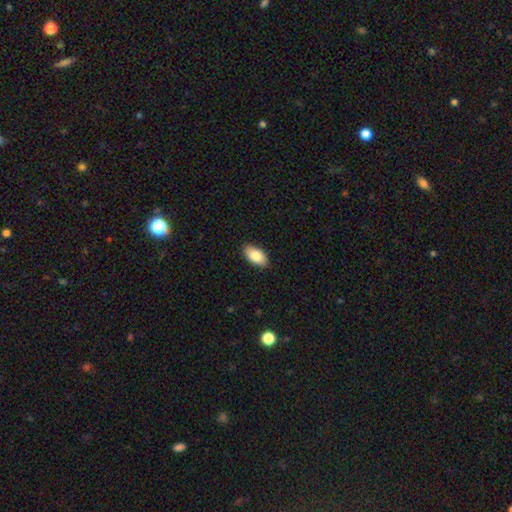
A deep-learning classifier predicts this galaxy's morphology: A smooth galaxy with no disk features (84%) that is in between round and cigar-shaped (94%).

Vote fractions:
- Smooth or featured? smooth: 84% / featured or disk: 9% / star or artifact: 7%
- How rounded? in between: 94% / round: 3% / cigar-shaped: 3%
- Merging? none: 88% / minor disturbance: 10% / major disturbance: 2% / merger: 1%